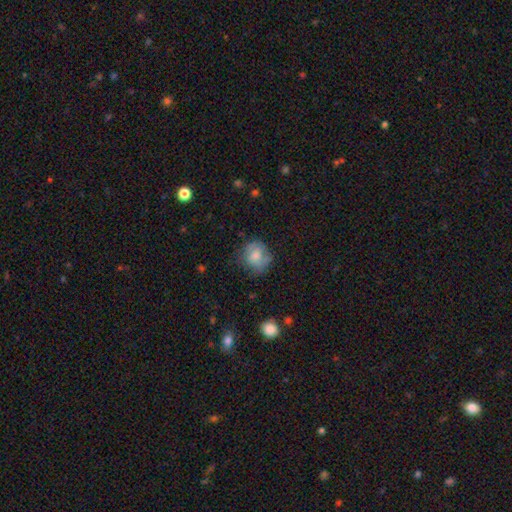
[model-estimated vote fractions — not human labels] Q: Smooth or featured?
A: smooth (62%); runner-up: featured or disk (30%)
Q: How rounded?
A: round (78%); runner-up: in between (21%)
Q: Merging?
A: none (61%); runner-up: minor disturbance (26%)